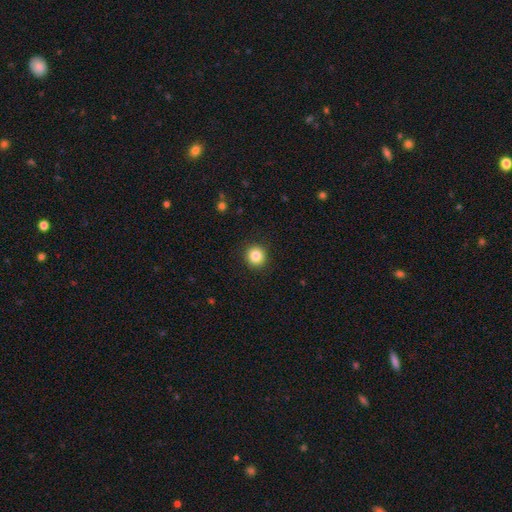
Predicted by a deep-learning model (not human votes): Smooth or featured: smooth — 84% (star or artifact — 10%)
How rounded: round — 94% (in between — 5%)
Merging: none — 93% (minor disturbance — 5%)